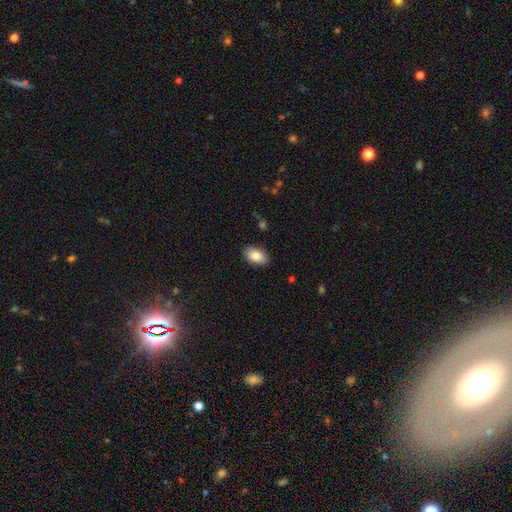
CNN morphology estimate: smooth_or_featured: smooth (p=0.86) [alt: featured or disk p=0.07]
how_rounded: in between (p=0.92) [alt: round p=0.06]
merging: none (p=0.88) [alt: minor disturbance p=0.09]